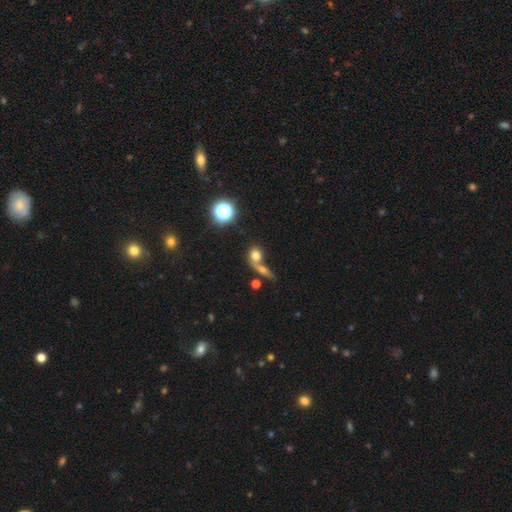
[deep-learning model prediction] Overall: smooth (70%). How rounded: round (64%; in between 32%). Merging: merger (54%; none 30%).